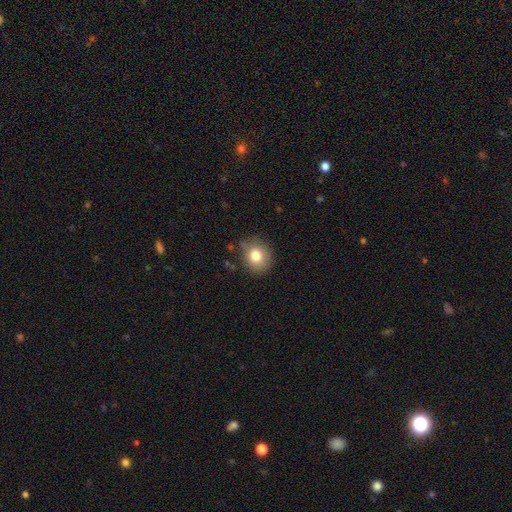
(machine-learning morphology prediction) Smooth or featured: smooth — 80% (star or artifact — 10%)
How rounded: round — 76% (in between — 24%)
Merging: none — 80% (minor disturbance — 15%)